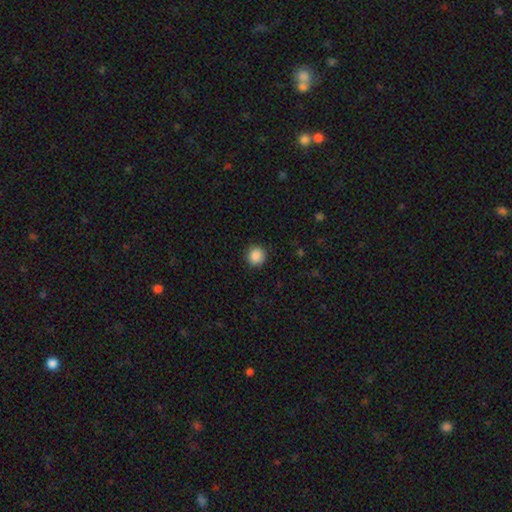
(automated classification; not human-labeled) A smooth galaxy with no disk features (88%) that is round (93%). Merging: none (91%).